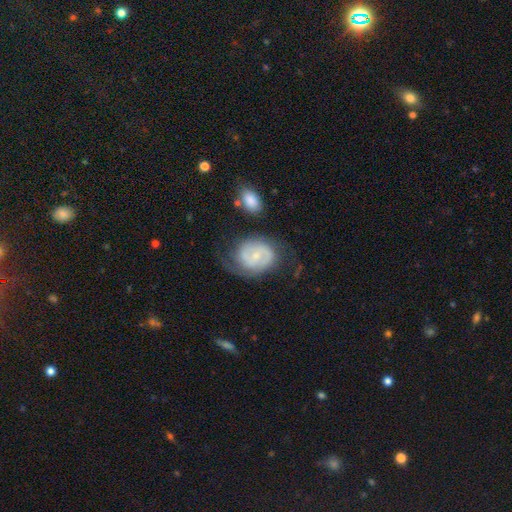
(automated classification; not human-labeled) This is likely a featured or disk galaxy (69%). It is clearly not viewed edge-on (97%). Bar: possibly no (49%). Spiral arm pattern: clearly yes (88%). Spiral arm count: likely 2 (64%). Spiral winding: marginally tight (43%). Central bulge: likely small (64%). Merging: possibly none (53%).